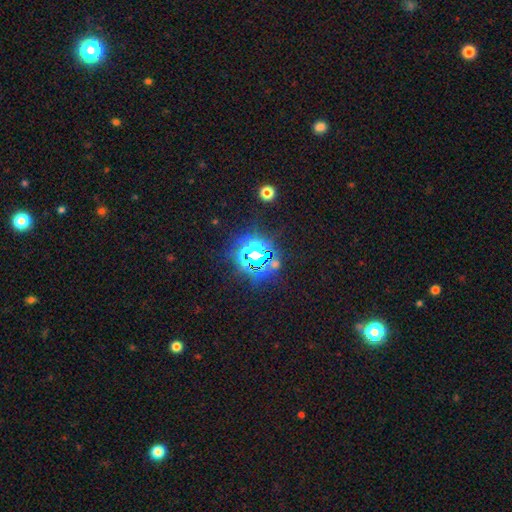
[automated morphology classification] smooth_or_featured: star or artifact (p=0.71) [alt: smooth p=0.20]